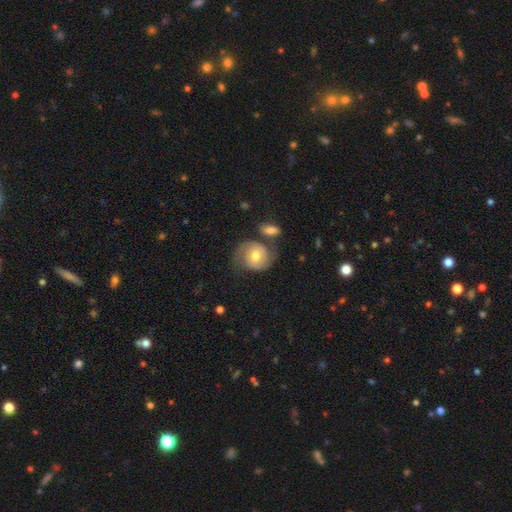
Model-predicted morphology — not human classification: smooth_or_featured: featured or disk (p=0.64) [alt: smooth p=0.29]
disk_edge_on: no (p=0.97) [alt: yes p=0.03]
bar: no (p=0.69) [alt: weak p=0.26]
has_spiral_arms: yes (p=0.88) [alt: no p=0.12]
spiral_winding: medium (p=0.43) [alt: tight p=0.34]
spiral_arm_count: 2 (p=0.82) [alt: can't tell p=0.08]
bulge_size: moderate (p=0.73) [alt: small p=0.17]
merging: none (p=0.53) [alt: minor disturbance p=0.21]